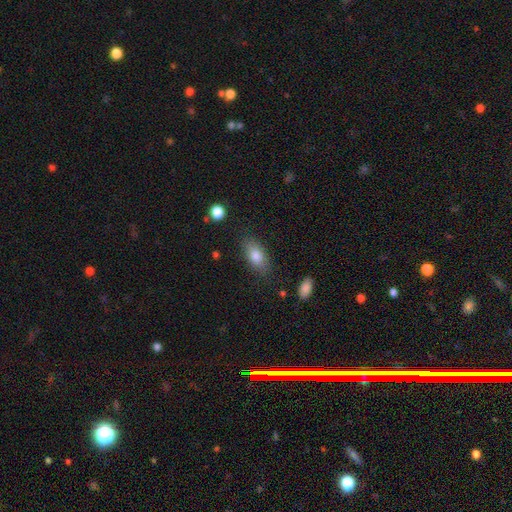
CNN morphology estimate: This is clearly a smooth galaxy (82%). How rounded: clearly in between (88%). Merging: clearly none (80%).